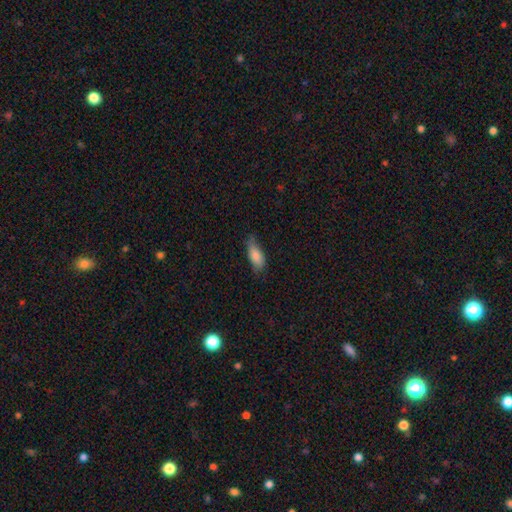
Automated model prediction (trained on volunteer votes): This is clearly a smooth galaxy (83%). How rounded: clearly in between (82%). Merging: possibly none (57%).